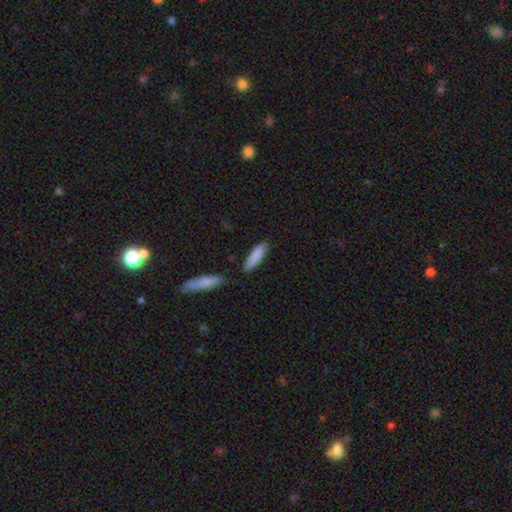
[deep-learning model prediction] Smooth or featured? smooth (86%)
How rounded? cigar-shaped (64%)
Merging? none (80%)